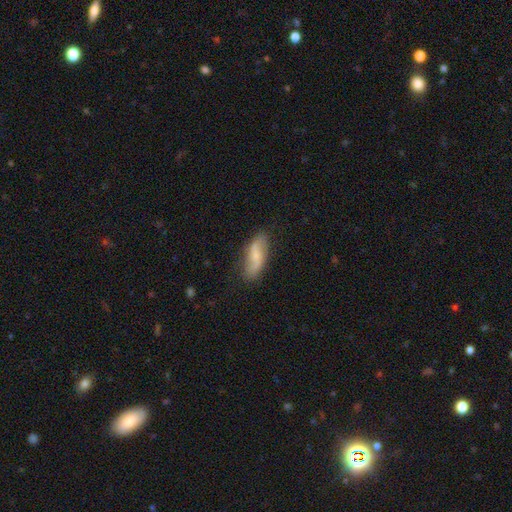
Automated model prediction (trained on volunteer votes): Smooth or featured? smooth (49%)
Merging? none (77%)